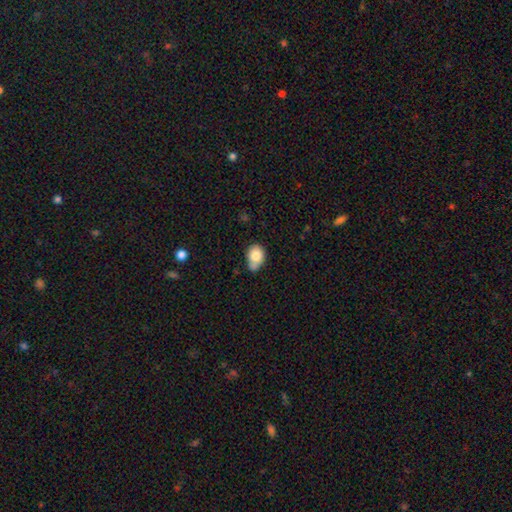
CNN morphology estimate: This is clearly a smooth galaxy (81%). How rounded: possibly in between (54%). Merging: possibly none (45%).